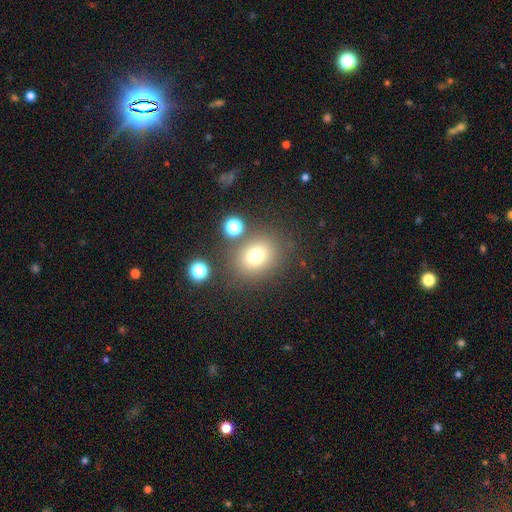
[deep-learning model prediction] The model was most divided on "how rounded": round: 63%, in between: 36%, cigar-shaped: 1%. More confident: merging — none (76%); smooth or featured — smooth (74%).